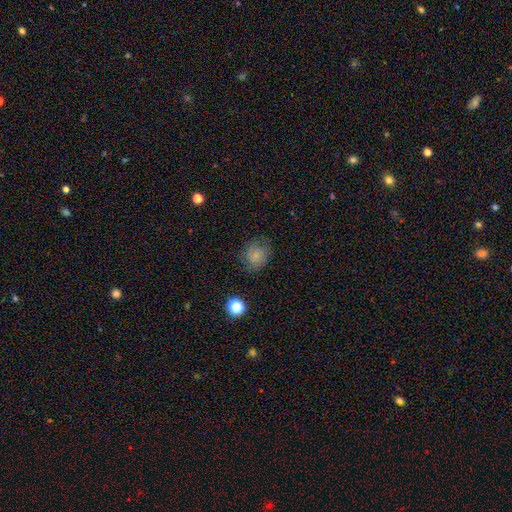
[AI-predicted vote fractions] Q: Smooth or featured?
A: smooth (71%); runner-up: featured or disk (16%)
Q: How rounded?
A: round (79%); runner-up: in between (20%)
Q: Merging?
A: none (72%); runner-up: minor disturbance (19%)